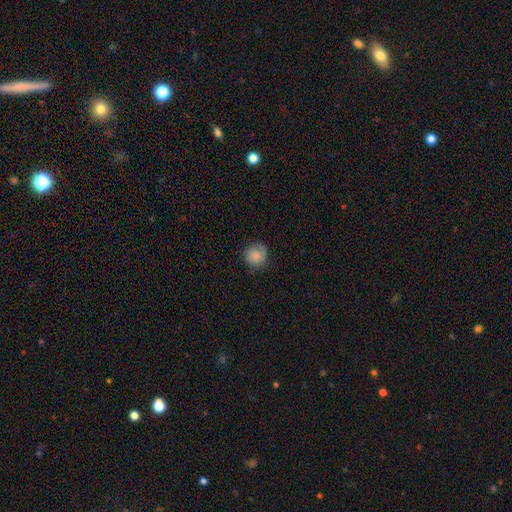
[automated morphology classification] Smooth or featured? Predicted: smooth (p=0.85). How rounded? Predicted: round (p=0.89). Merging? Predicted: none (p=0.79).